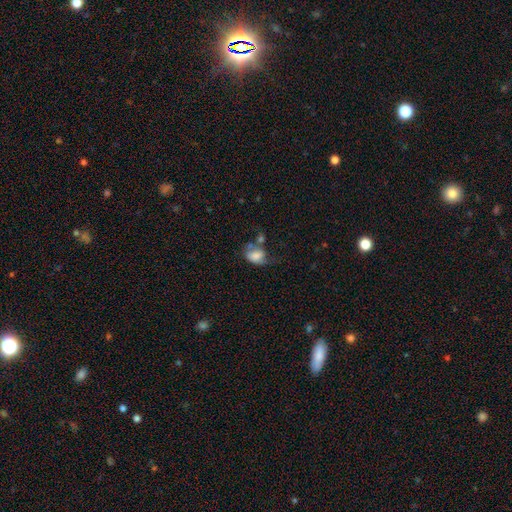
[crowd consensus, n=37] Smooth or featured?
  - smooth: 81% *
  - featured or disk: 16%
  - star or artifact: 3%
How rounded?
  - in between: 77% *
  - round: 23%
  - cigar-shaped: 0%
Merging?
  - major disturbance: 36% *
  - minor disturbance: 25%
  - merger: 25%
  - none: 14%